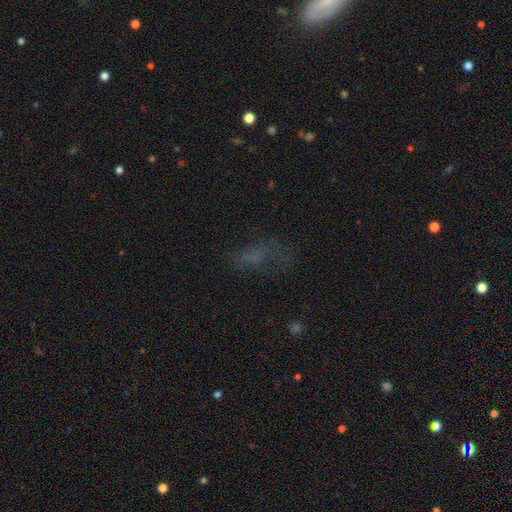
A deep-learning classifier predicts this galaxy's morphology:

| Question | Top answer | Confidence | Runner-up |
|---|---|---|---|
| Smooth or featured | smooth | 48% | star or artifact (28%) |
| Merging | none | 51% | major disturbance (25%) |